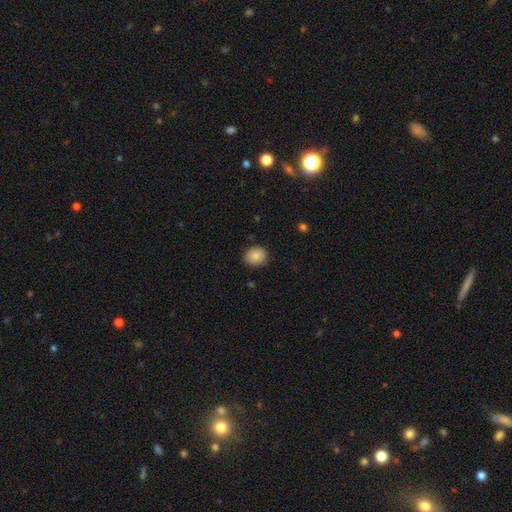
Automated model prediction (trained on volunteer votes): smooth_or_featured: smooth (p=0.85) [alt: star or artifact p=0.08]
how_rounded: round (p=0.64) [alt: in between p=0.35]
merging: none (p=0.86) [alt: minor disturbance p=0.11]